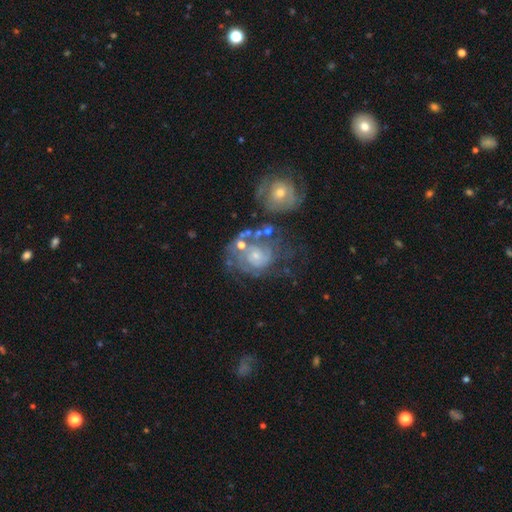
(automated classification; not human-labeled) smooth-or-featured: featured or disk: 75% | smooth: 16% | star or artifact: 9%
  disk-edge-on: no: 97% | yes: 3%
    bar: no: 76% | weak: 20% | strong: 4%
    has-spiral-arms: yes: 83% | no: 17%
      spiral-winding: tight: 62% | medium: 27% | loose: 10%
      spiral-arm-count: can't tell: 46% | 2: 23% | 3: 14% | 1: 7% | 4: 5% | more than 4: 4%
    bulge-size: small: 61% | moderate: 30% | none: 6% | large: 3% | dominant: 1%
  merging: none: 37% | merger: 25% | major disturbance: 21% | minor disturbance: 17%